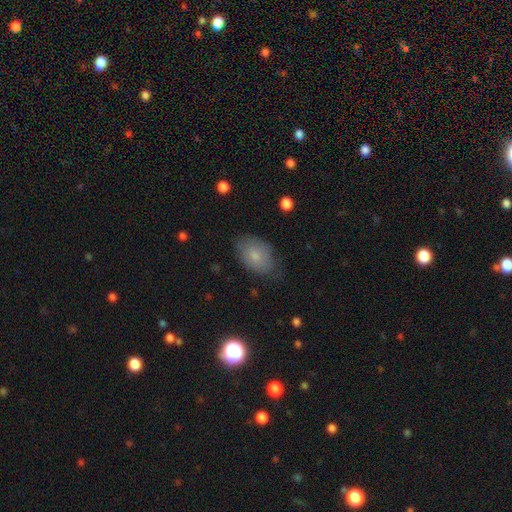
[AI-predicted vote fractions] Q: Smooth or featured?
A: smooth (76%); runner-up: featured or disk (16%)
Q: How rounded?
A: in between (86%); runner-up: round (13%)
Q: Merging?
A: none (70%); runner-up: minor disturbance (23%)